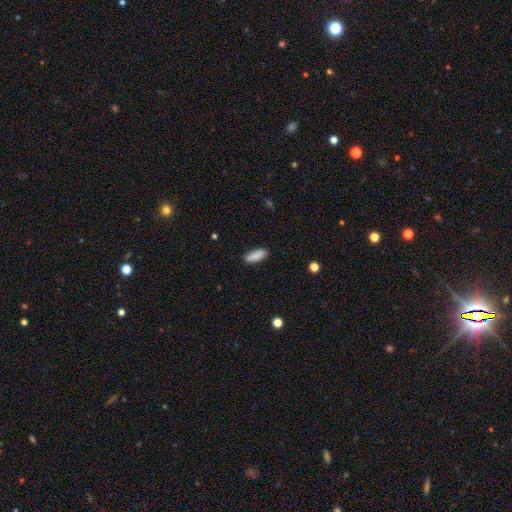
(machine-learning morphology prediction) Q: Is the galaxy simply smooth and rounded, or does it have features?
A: smooth — 86%.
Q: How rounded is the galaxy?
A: in between — 69%.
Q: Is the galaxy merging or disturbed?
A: none — 87%.